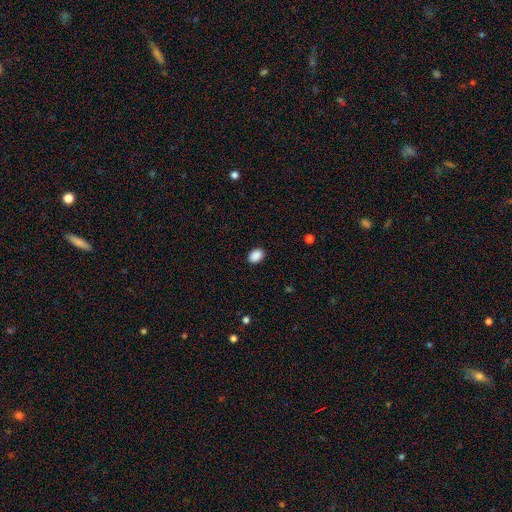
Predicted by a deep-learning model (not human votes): smooth 89%, star or artifact 8%, featured or disk 2%. Down the decision tree: how rounded — in between (76%); merging — none (89%).